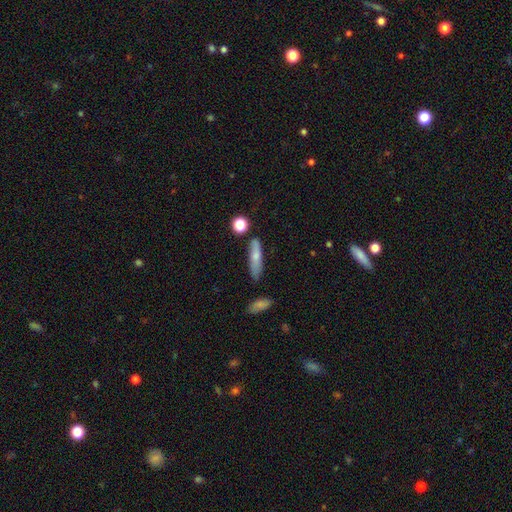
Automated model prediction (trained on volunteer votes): Morphology: type=smooth (69%); roundness=cigar-shaped (74%); merging=none (73%).